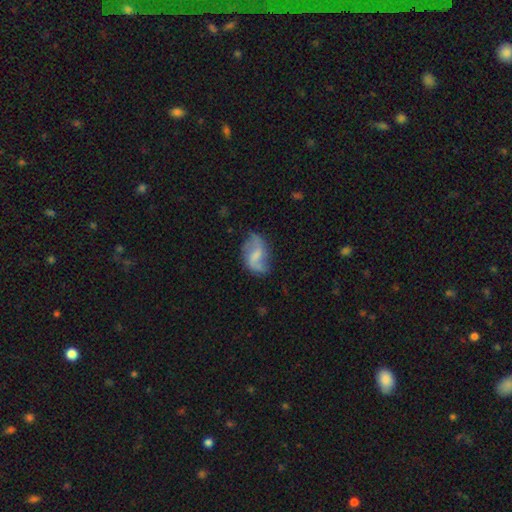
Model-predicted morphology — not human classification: Smooth or featured? featured or disk (67%)
Edge-on disk? no (97%)
Bar? weak (53%)
Spiral arms? yes (88%)
Spiral winding? loose (70%)
Spiral arm count? 2 (86%)
Bulge size? none (38%)
Merging? none (64%)